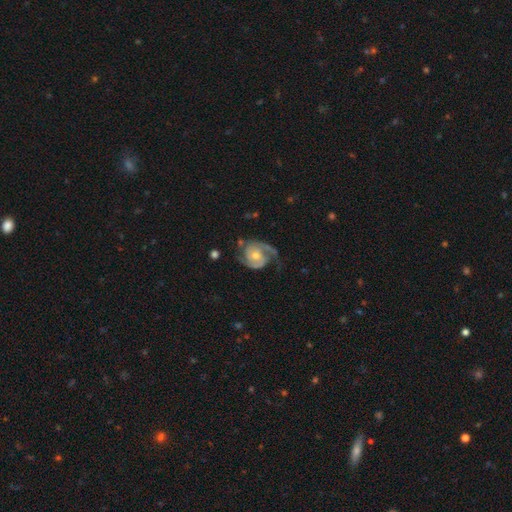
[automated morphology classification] smooth_or_featured: featured or disk (p=0.89) [alt: smooth p=0.06]
disk_edge_on: no (p=0.98) [alt: yes p=0.02]
bar: no (p=0.70) [alt: weak p=0.24]
has_spiral_arms: yes (p=0.97) [alt: no p=0.03]
spiral_winding: medium (p=0.47) [alt: tight p=0.36]
spiral_arm_count: 2 (p=0.88) [alt: 1 p=0.04]
bulge_size: moderate (p=0.54) [alt: small p=0.40]
merging: none (p=0.65) [alt: minor disturbance p=0.20]